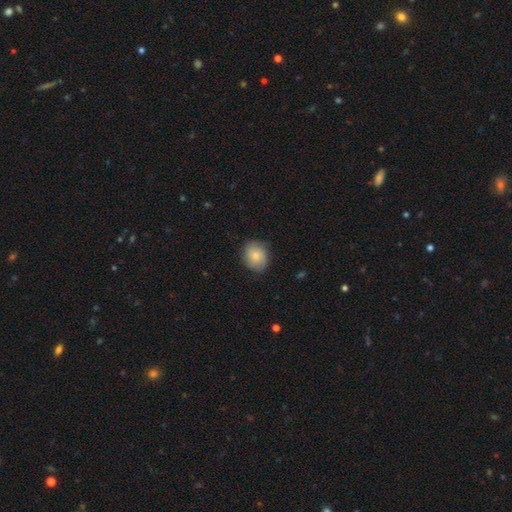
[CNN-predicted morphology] Overall: smooth (82%). How rounded: round (62%; in between 37%). Merging: none (80%).